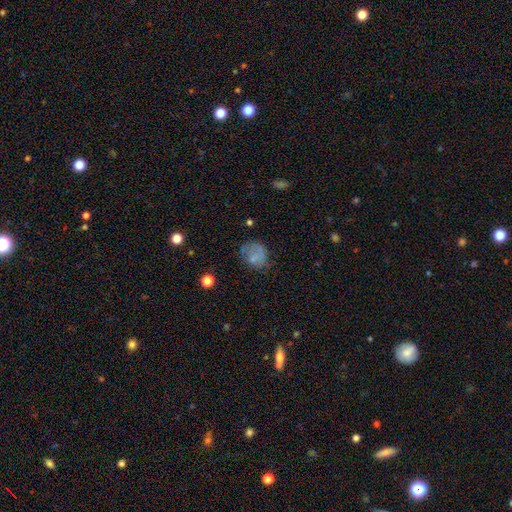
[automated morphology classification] smooth-or-featured: smooth: 65% | featured or disk: 21% | star or artifact: 14%
  how-rounded: round: 64% | in between: 35% | cigar-shaped: 1%
  merging: none: 52% | minor disturbance: 26% | major disturbance: 17% | merger: 5%